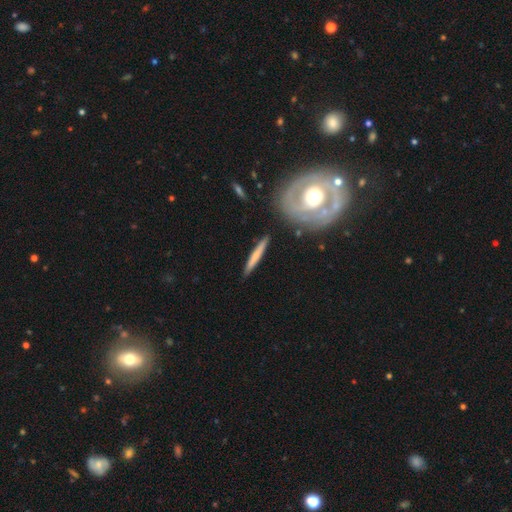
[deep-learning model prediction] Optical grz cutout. It shows a smooth galaxy with no disk features (56%) that is cigar-shaped (94%). Merging: none (87%).